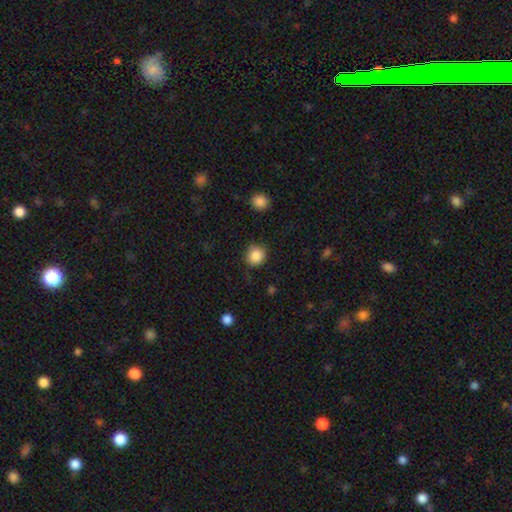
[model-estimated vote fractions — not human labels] A smooth galaxy with no disk features (87%) that is round (87%).

Vote fractions:
- Smooth or featured? smooth: 87% / star or artifact: 9% / featured or disk: 4%
- How rounded? round: 87% / in between: 12% / cigar-shaped: 1%
- Merging? none: 83% / minor disturbance: 12% / major disturbance: 3% / merger: 2%